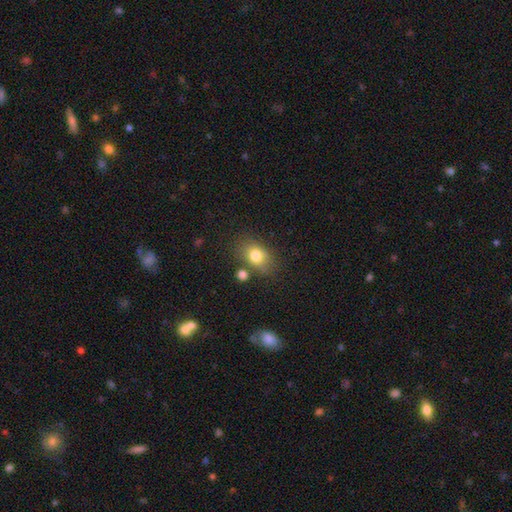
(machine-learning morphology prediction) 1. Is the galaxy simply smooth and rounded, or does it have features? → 79% smooth, 11% featured or disk, 11% star or artifact.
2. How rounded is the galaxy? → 67% in between, 31% round, 1% cigar-shaped.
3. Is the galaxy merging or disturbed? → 71% none, 15% minor disturbance, 10% merger, 5% major disturbance.